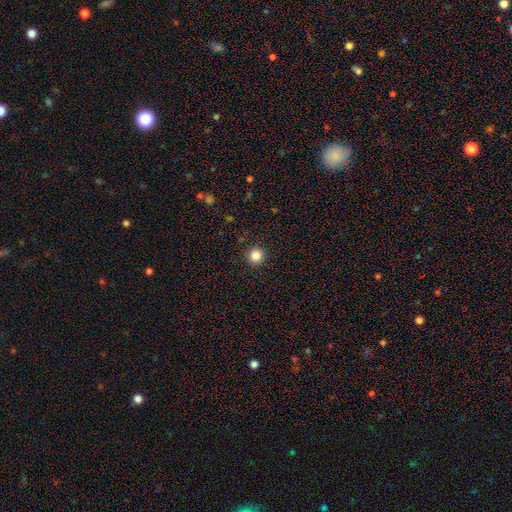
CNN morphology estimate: A smooth galaxy with no disk features (85%) that is round (95%). Merging: none (93%).